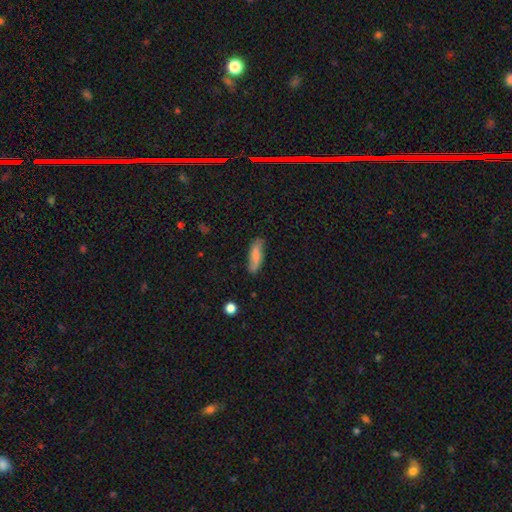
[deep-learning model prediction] Q: Smooth or featured?
A: smooth (71%); runner-up: featured or disk (23%)
Q: How rounded?
A: cigar-shaped (50%); runner-up: in between (48%)
Q: Merging?
A: none (79%); runner-up: minor disturbance (16%)